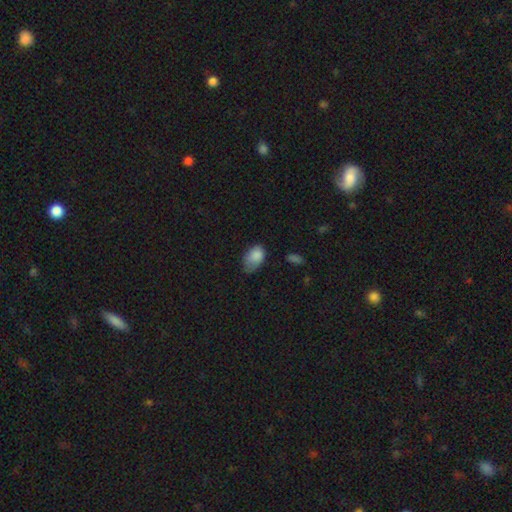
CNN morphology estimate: smooth_or_featured: smooth (p=0.83) [alt: star or artifact p=0.09]
how_rounded: in between (p=0.87) [alt: round p=0.12]
merging: minor disturbance (p=0.44) [alt: none p=0.39]